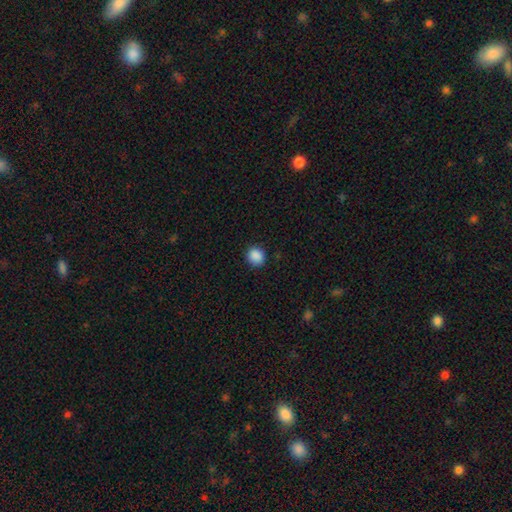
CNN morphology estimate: smooth 88%, star or artifact 9%, featured or disk 2%. Down the decision tree: how rounded — round (86%); merging — none (89%).